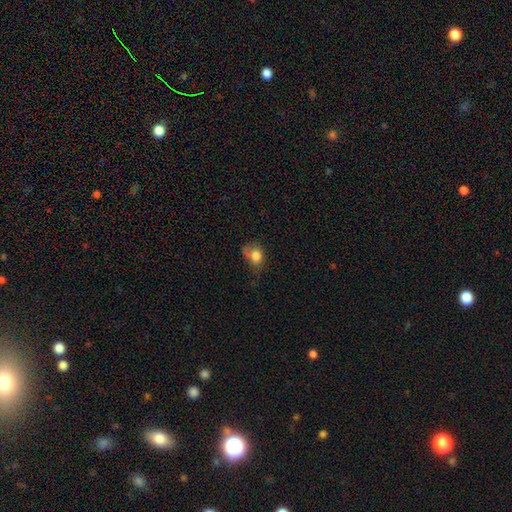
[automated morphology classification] smooth_or_featured: smooth (p=0.76) [alt: featured or disk p=0.14]
how_rounded: in between (p=0.55) [alt: round p=0.44]
merging: none (p=0.35) [alt: minor disturbance p=0.33]